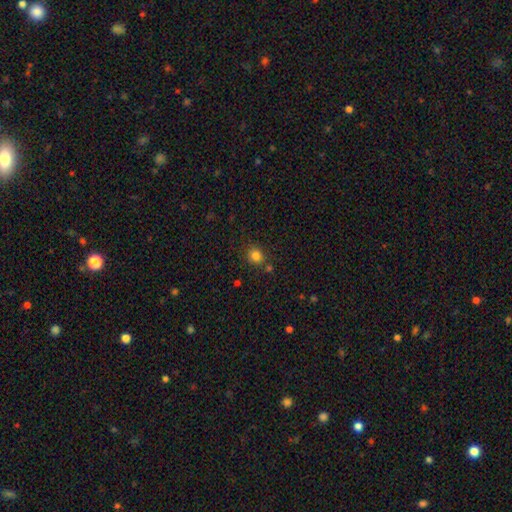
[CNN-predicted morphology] A smooth galaxy with no disk features (81%) that is round (75%).

Vote fractions:
- Smooth or featured? smooth: 81% / star or artifact: 14% / featured or disk: 5%
- How rounded? round: 75% / in between: 24% / cigar-shaped: 1%
- Merging? none: 79% / minor disturbance: 10% / merger: 7% / major disturbance: 3%